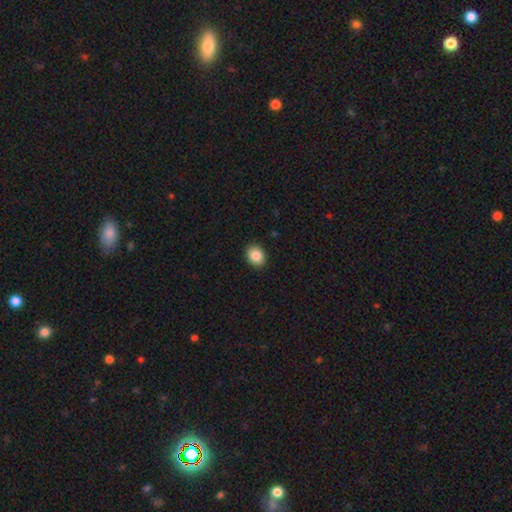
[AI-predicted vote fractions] The model was most divided on "how rounded": in between: 58%, round: 41%, cigar-shaped: 1%. More confident: merging — none (90%); smooth or featured — smooth (87%).